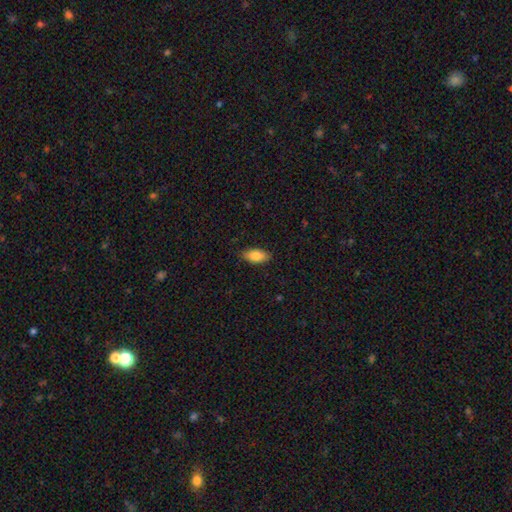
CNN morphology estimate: smooth_or_featured: smooth (p=0.82) [alt: featured or disk p=0.11]
how_rounded: in between (p=0.87) [alt: cigar-shaped p=0.10]
merging: none (p=0.87) [alt: minor disturbance p=0.10]